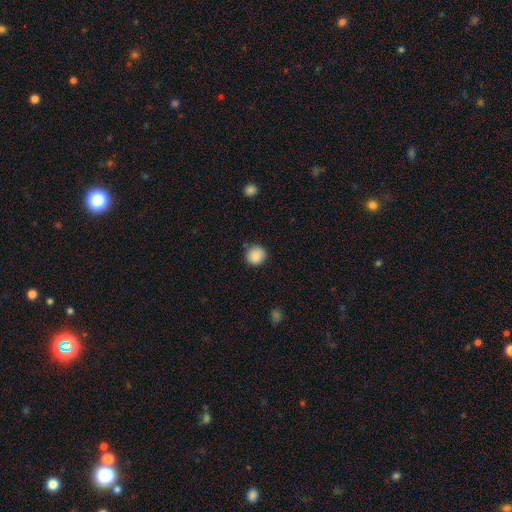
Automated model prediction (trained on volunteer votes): Smooth or featured: smooth — 87% (star or artifact — 9%)
How rounded: round — 92% (in between — 7%)
Merging: none — 86% (minor disturbance — 10%)